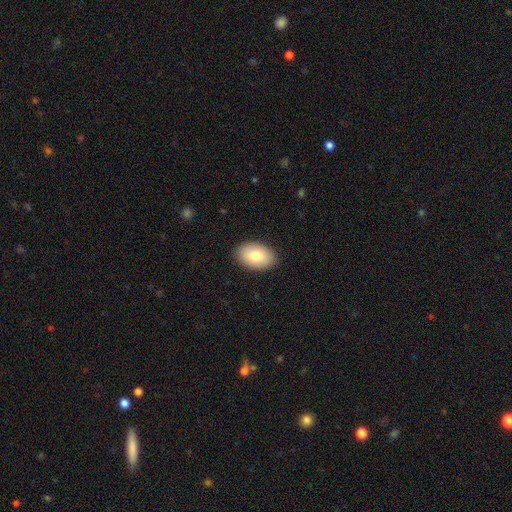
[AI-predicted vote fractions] Q: Smooth or featured?
A: smooth (80%); runner-up: featured or disk (14%)
Q: How rounded?
A: in between (89%); runner-up: round (10%)
Q: Merging?
A: none (88%); runner-up: minor disturbance (9%)